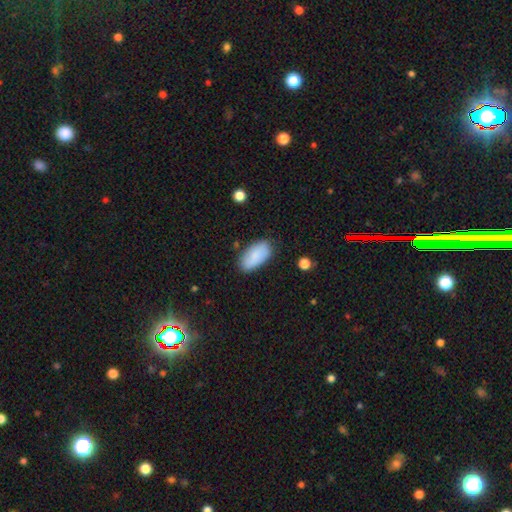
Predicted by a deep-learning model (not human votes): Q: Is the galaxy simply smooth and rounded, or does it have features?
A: smooth — 84%.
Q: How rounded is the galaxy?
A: in between — 93%.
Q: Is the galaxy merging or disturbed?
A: none — 81%.